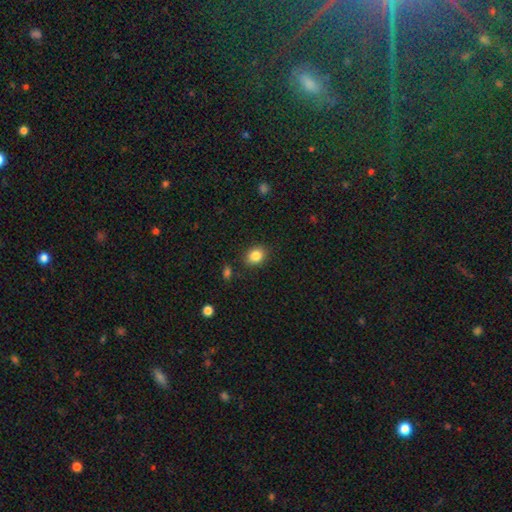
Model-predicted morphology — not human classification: This is clearly a smooth galaxy (85%). How rounded: possibly in between (52%). Merging: clearly none (85%).